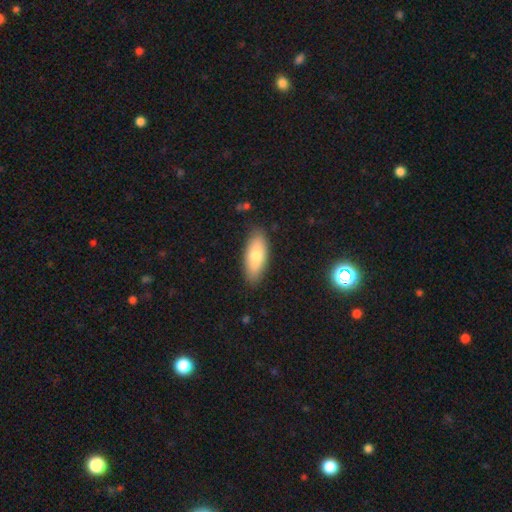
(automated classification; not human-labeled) Morphology: type=smooth (76%); roundness=in between (82%); merging=none (85%).